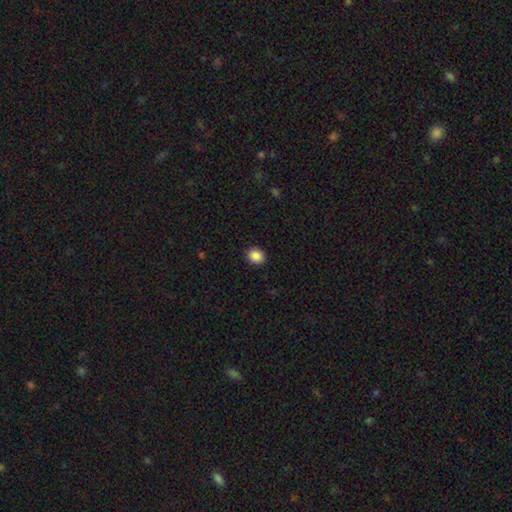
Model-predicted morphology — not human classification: Smooth or featured?
  - smooth: 87% *
  - star or artifact: 9%
  - featured or disk: 3%
How rounded?
  - round: 71% *
  - in between: 28%
  - cigar-shaped: 1%
Merging?
  - none: 92% *
  - minor disturbance: 6%
  - major disturbance: 2%
  - merger: 1%